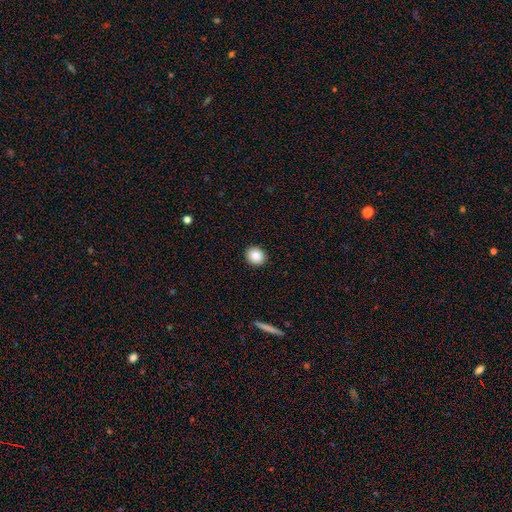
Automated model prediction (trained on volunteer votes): Smooth or featured? Predicted: smooth (p=0.86). How rounded? Predicted: round (p=0.84). Merging? Predicted: none (p=0.92).